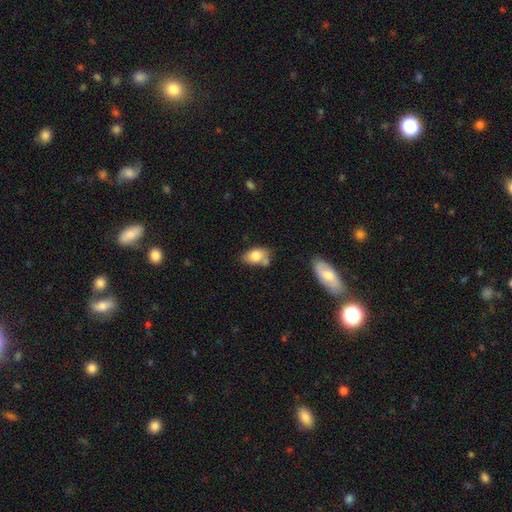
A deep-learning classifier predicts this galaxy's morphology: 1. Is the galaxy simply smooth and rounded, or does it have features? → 78% smooth, 14% featured or disk, 7% star or artifact.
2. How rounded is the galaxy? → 87% in between, 11% round, 2% cigar-shaped.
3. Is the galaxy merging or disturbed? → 46% none, 25% minor disturbance, 21% merger, 7% major disturbance.